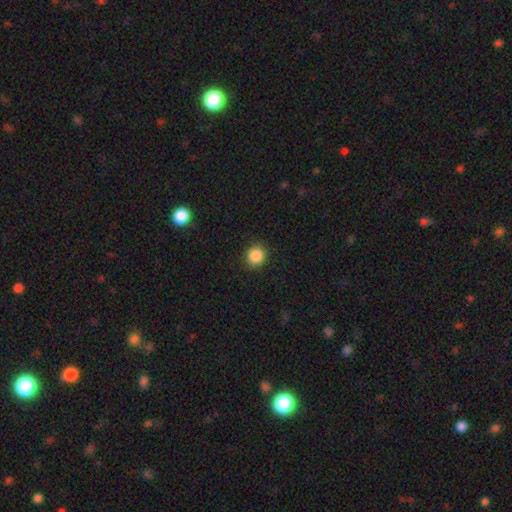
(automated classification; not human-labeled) This appears to be a smooth galaxy with no disk features (87%) that is round (87%). Merging: none (89%).